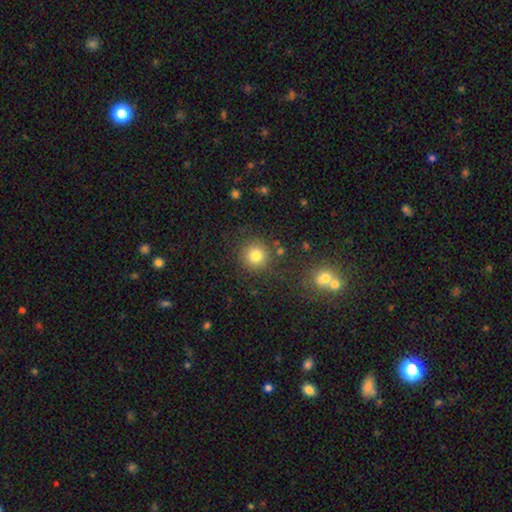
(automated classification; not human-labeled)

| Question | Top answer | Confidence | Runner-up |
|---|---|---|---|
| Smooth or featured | smooth | 80% | star or artifact (13%) |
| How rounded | round | 93% | in between (6%) |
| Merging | none | 84% | minor disturbance (8%) |